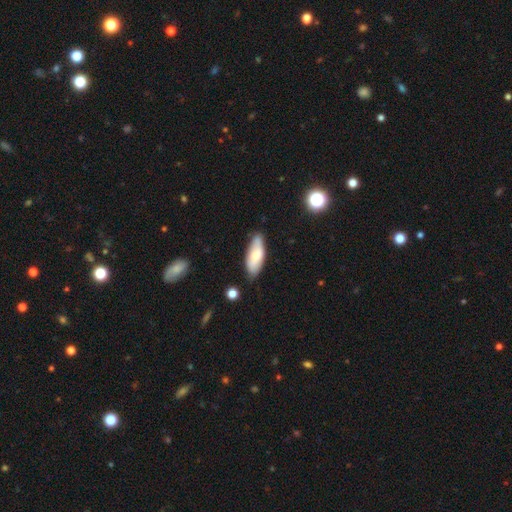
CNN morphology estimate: Smooth or featured?
  - smooth: 66% *
  - featured or disk: 28%
  - star or artifact: 6%
How rounded?
  - in between: 79% *
  - cigar-shaped: 19%
  - round: 2%
Merging?
  - none: 75% *
  - minor disturbance: 19%
  - major disturbance: 3%
  - merger: 2%